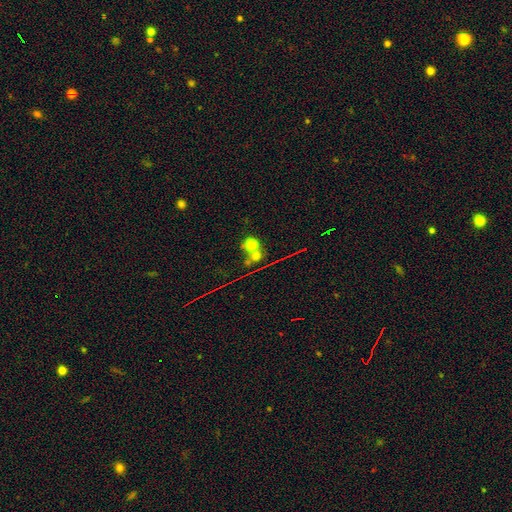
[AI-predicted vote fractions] smooth-or-featured: smooth: 65% | star or artifact: 21% | featured or disk: 14%
  how-rounded: round: 80% | in between: 18% | cigar-shaped: 2%
  merging: none: 44% | merger: 42% | minor disturbance: 8% | major disturbance: 6%